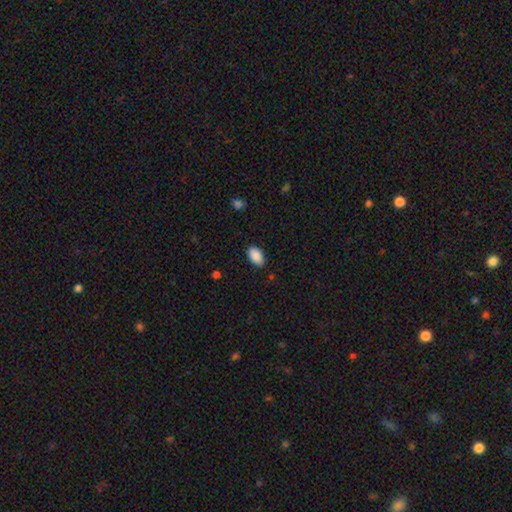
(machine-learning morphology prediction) smooth_or_featured: smooth (p=0.89) [alt: star or artifact p=0.07]
how_rounded: in between (p=0.93) [alt: round p=0.05]
merging: none (p=0.85) [alt: minor disturbance p=0.11]